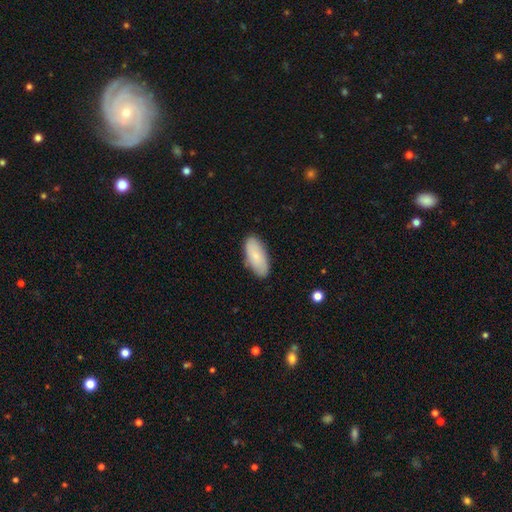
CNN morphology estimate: Smooth or featured?
  - smooth: 78% *
  - featured or disk: 16%
  - star or artifact: 6%
How rounded?
  - in between: 88% *
  - cigar-shaped: 10%
  - round: 2%
Merging?
  - none: 86% *
  - minor disturbance: 11%
  - major disturbance: 2%
  - merger: 1%